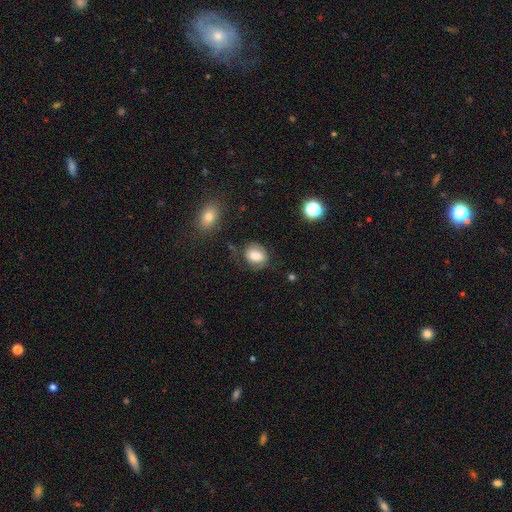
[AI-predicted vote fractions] Smooth or featured?
  - smooth: 76% *
  - featured or disk: 14%
  - star or artifact: 9%
How rounded?
  - in between: 53% *
  - round: 46%
  - cigar-shaped: 1%
Merging?
  - none: 64% *
  - minor disturbance: 22%
  - major disturbance: 10%
  - merger: 3%